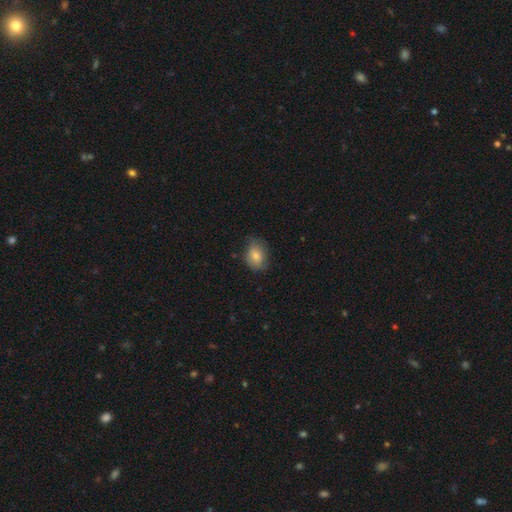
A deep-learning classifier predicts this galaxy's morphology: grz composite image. It shows a smooth galaxy with no disk features (80%) that is in between round and cigar-shaped (70%). Merging: none (68%).